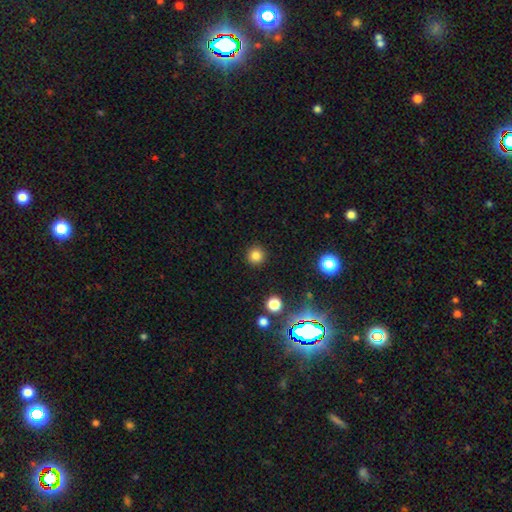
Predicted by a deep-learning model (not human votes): Overall: smooth (81%). How rounded: round (95%). Merging: none (92%).